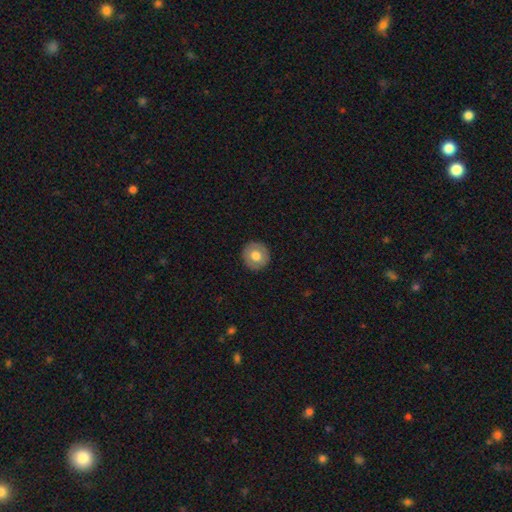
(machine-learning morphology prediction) Q: Smooth or featured?
A: smooth (71%); runner-up: featured or disk (22%)
Q: How rounded?
A: round (92%); runner-up: in between (7%)
Q: Merging?
A: none (91%); runner-up: minor disturbance (6%)